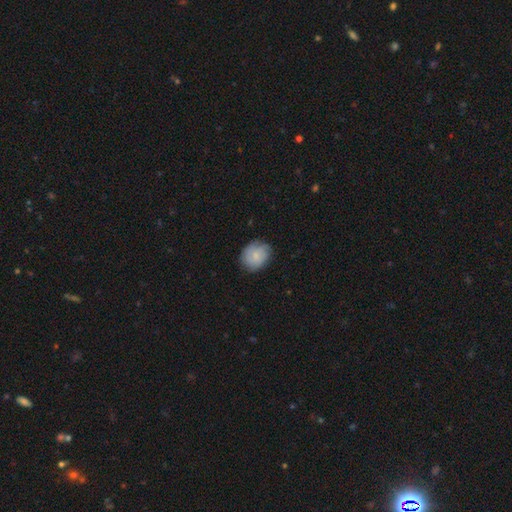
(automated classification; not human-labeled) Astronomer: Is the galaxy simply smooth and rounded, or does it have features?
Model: smooth — 67%.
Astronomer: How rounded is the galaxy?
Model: round — 58% (runner-up: in between, 41%).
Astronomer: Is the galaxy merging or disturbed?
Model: none — 76%.